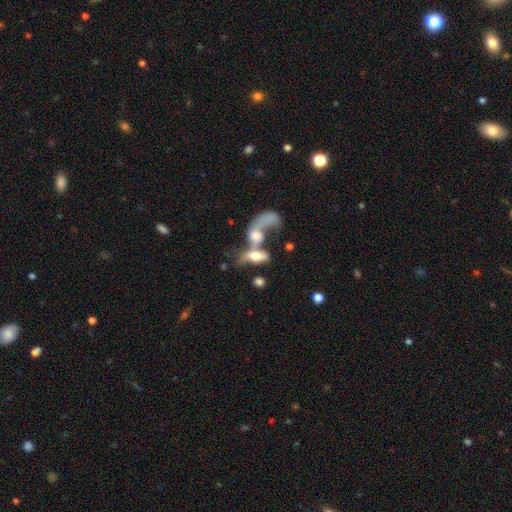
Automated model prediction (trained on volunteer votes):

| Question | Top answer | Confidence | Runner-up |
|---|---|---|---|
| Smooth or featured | smooth | 50% | featured or disk (40%) |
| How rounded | in between | 68% | cigar-shaped (24%) |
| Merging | merger | 66% | major disturbance (15%) |